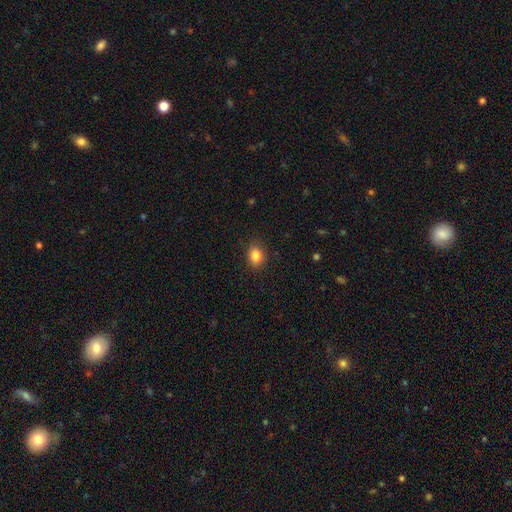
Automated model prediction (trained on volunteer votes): A smooth galaxy with no disk features (85%) that is in between round and cigar-shaped (57%).

Vote fractions:
- Smooth or featured? smooth: 85% / star or artifact: 10% / featured or disk: 5%
- How rounded? in between: 57% / round: 42% / cigar-shaped: 1%
- Merging? none: 87% / minor disturbance: 10% / major disturbance: 2% / merger: 1%